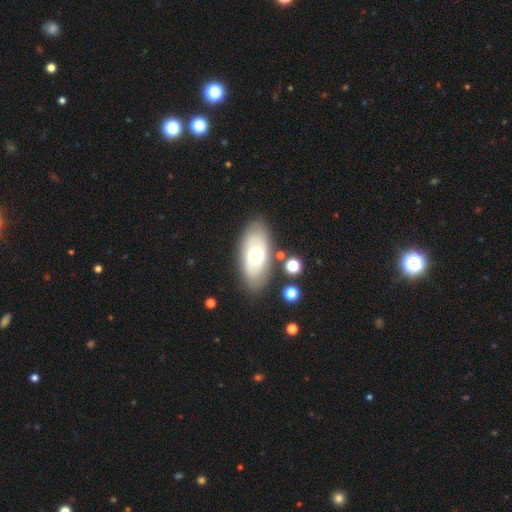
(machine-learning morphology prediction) Smooth or featured: smooth — 54% (featured or disk — 39%)
How rounded: in between — 90% (cigar-shaped — 6%)
Merging: none — 79% (minor disturbance — 13%)